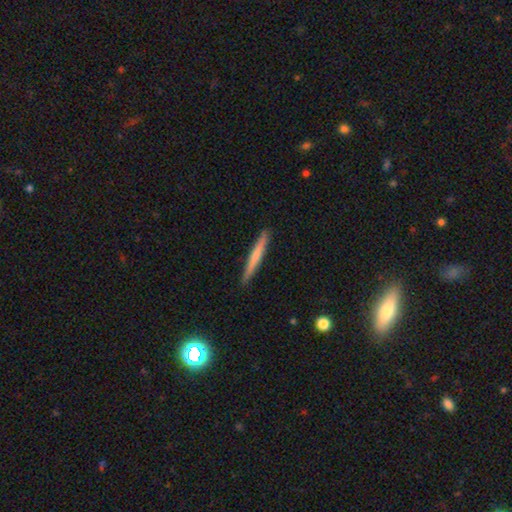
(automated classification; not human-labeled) A smooth galaxy with no disk features (57%) that is cigar-shaped (97%). Merging: none (91%).